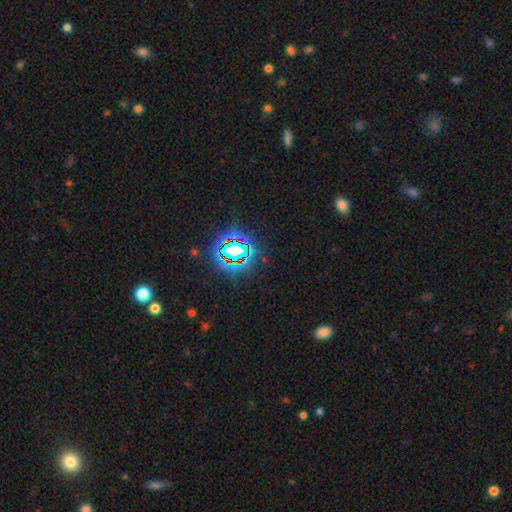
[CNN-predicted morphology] Smooth or featured: star or artifact — 76% (smooth — 15%)